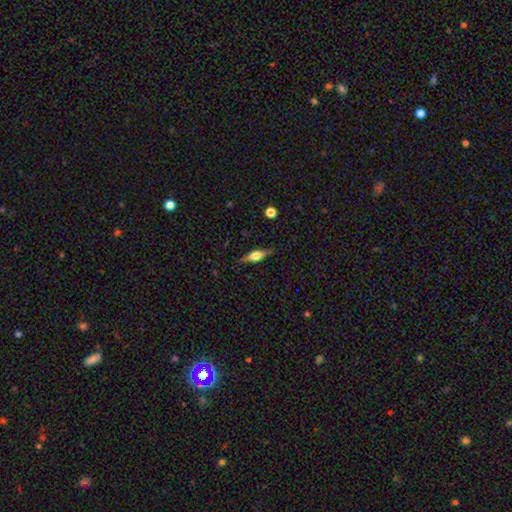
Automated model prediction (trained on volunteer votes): featured or disk 58%, smooth 34%, star or artifact 7%. Down the decision tree: edge-on disk — yes (94%); edge-on bulge — rounded (88%); merging — none (84%).